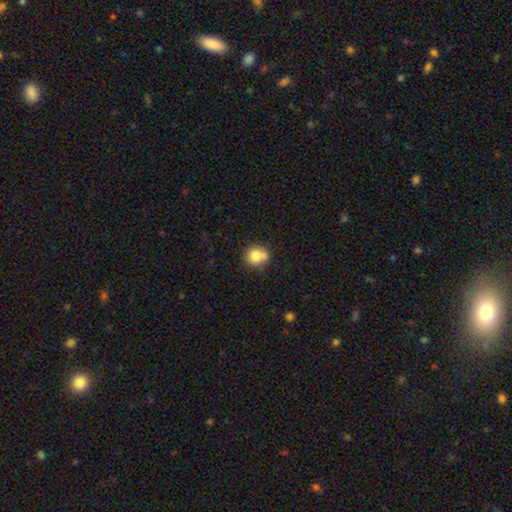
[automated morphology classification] type=smooth (78%); roundness=round (83%); merging=none (60%).